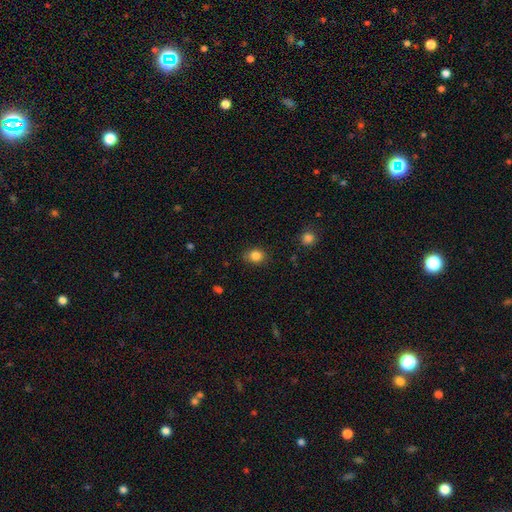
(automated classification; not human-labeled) smooth_or_featured: smooth (p=0.85) [alt: star or artifact p=0.10]
how_rounded: round (p=0.53) [alt: in between p=0.46]
merging: none (p=0.81) [alt: minor disturbance p=0.15]